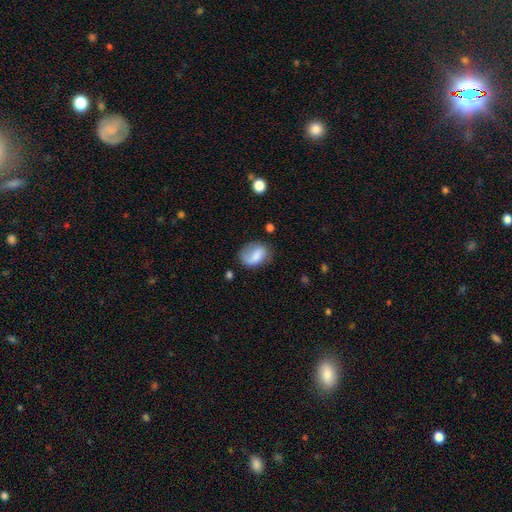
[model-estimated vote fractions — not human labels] Smooth or featured? Predicted: smooth (p=0.71). How rounded? Predicted: in between (p=0.76). Merging? Predicted: none (p=0.56).